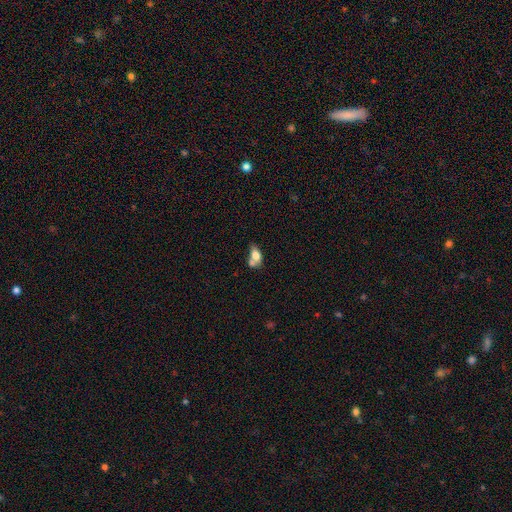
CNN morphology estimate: Smooth or featured: smooth — 71% (featured or disk — 21%)
How rounded: in between — 84% (round — 11%)
Merging: merger — 45% (none — 32%)